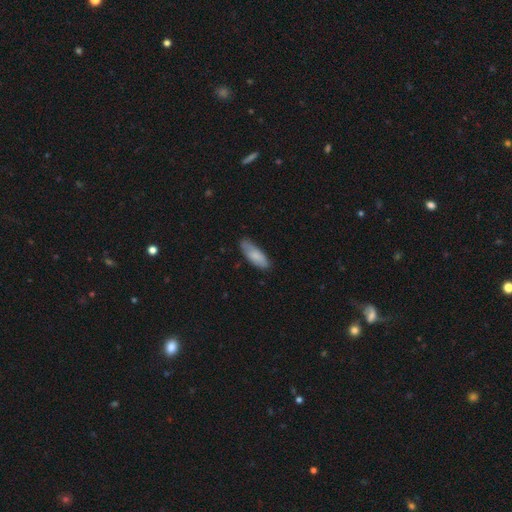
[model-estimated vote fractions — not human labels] Q: Smooth or featured?
A: smooth (81%); runner-up: featured or disk (13%)
Q: How rounded?
A: in between (69%); runner-up: cigar-shaped (30%)
Q: Merging?
A: none (76%); runner-up: minor disturbance (19%)